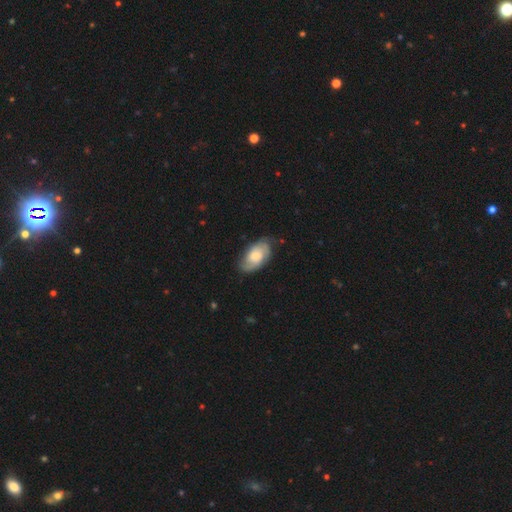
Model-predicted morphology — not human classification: This appears to be a featured or disk galaxy (56%) with no bar (68%), spiral arms (88%) and a moderate central bulge (40%). Merging: none (71%).